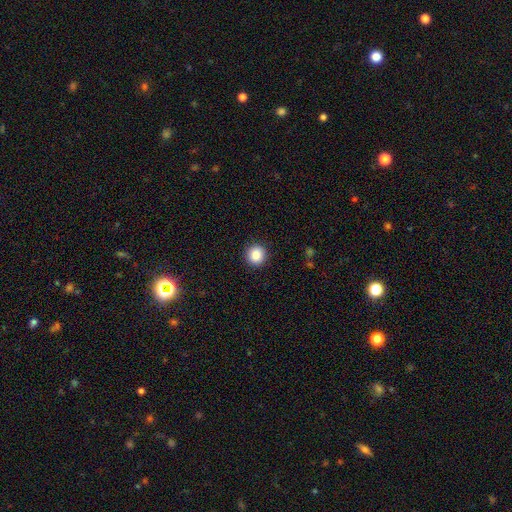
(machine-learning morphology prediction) Smooth or featured? smooth (87%)
How rounded? round (93%)
Merging? none (92%)